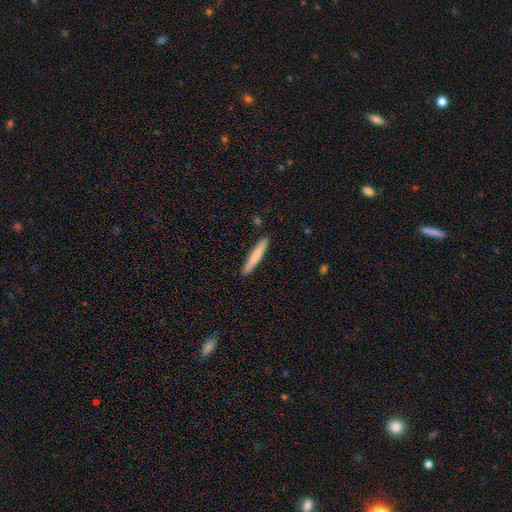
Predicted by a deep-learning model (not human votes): Smooth or featured? smooth (77%)
How rounded? cigar-shaped (95%)
Merging? none (90%)